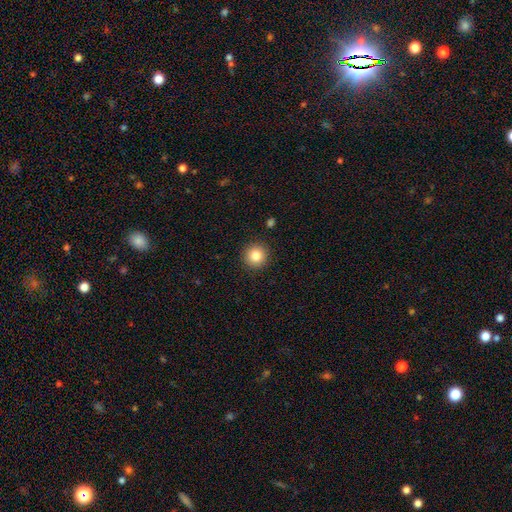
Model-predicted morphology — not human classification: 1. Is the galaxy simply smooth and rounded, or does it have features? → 83% smooth, 10% star or artifact, 7% featured or disk.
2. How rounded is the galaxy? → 95% round, 4% in between, 1% cigar-shaped.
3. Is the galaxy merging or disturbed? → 92% none, 5% minor disturbance, 2% major disturbance, 1% merger.